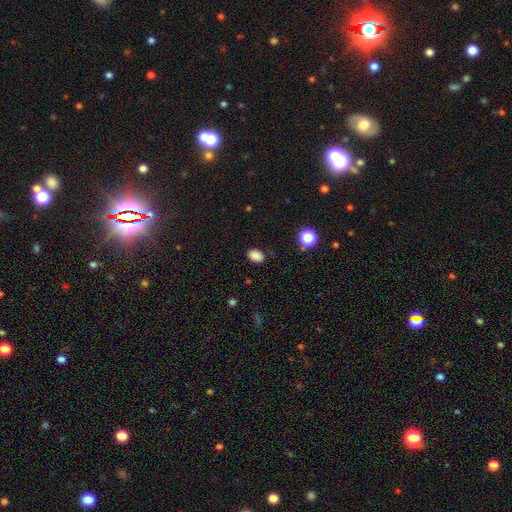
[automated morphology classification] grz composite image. It shows a smooth galaxy with no disk features (85%) that is in between round and cigar-shaped (74%). Merging: none (85%).